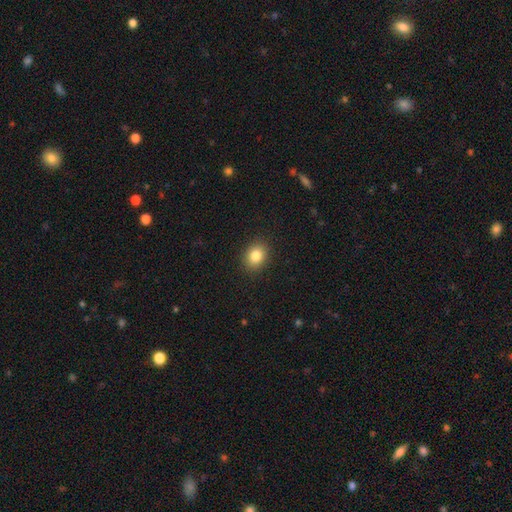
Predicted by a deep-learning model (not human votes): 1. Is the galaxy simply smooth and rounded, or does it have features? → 84% smooth, 9% star or artifact, 6% featured or disk.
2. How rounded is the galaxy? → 53% in between, 46% round, 1% cigar-shaped.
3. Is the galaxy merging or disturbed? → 89% none, 7% minor disturbance, 2% major disturbance, 1% merger.